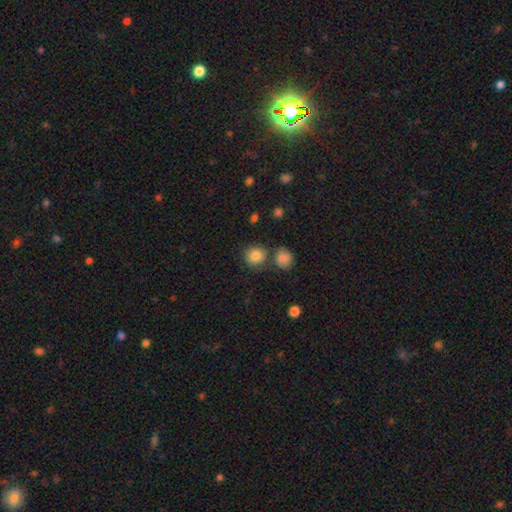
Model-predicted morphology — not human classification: A smooth galaxy with no disk features (83%) that is round (87%). Merging: none (67%).